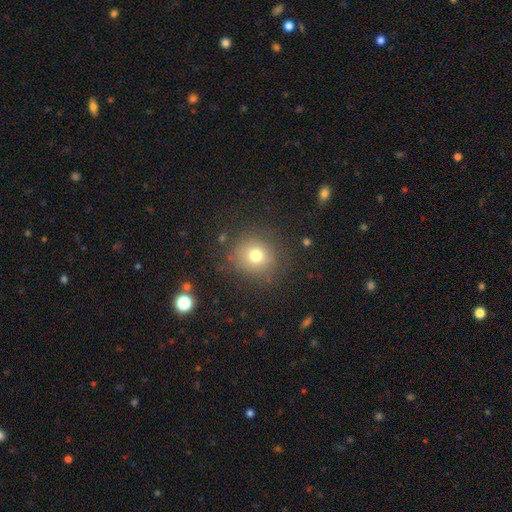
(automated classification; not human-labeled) The model was most divided on "smooth or featured": smooth: 73%, star or artifact: 16%, featured or disk: 11%. More confident: how rounded — round (89%); merging — none (83%).